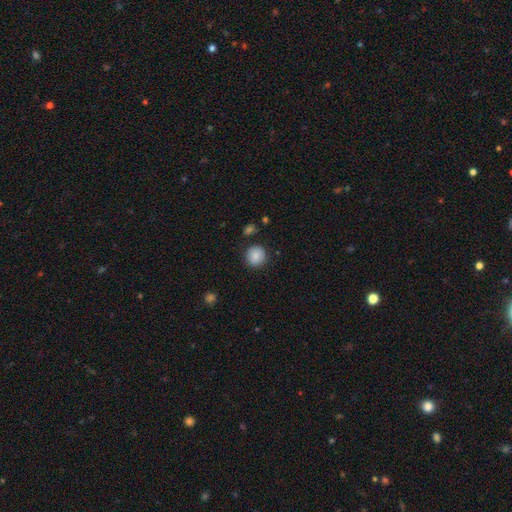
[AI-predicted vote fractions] A smooth galaxy with no disk features (86%) that is round (90%). Merging: none (86%).